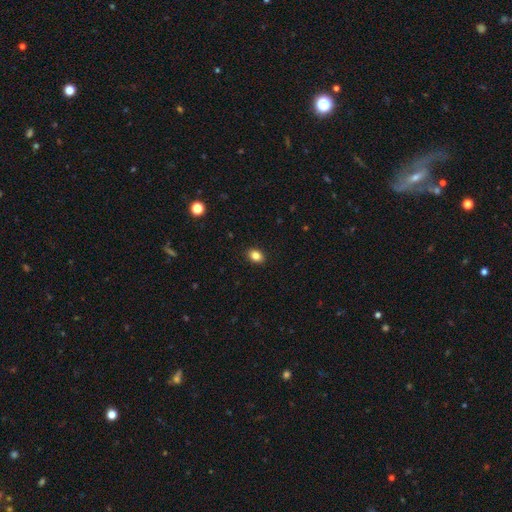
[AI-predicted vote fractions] Smooth or featured? Predicted: smooth (p=0.85). How rounded? Predicted: in between (p=0.71). Merging? Predicted: none (p=0.90).